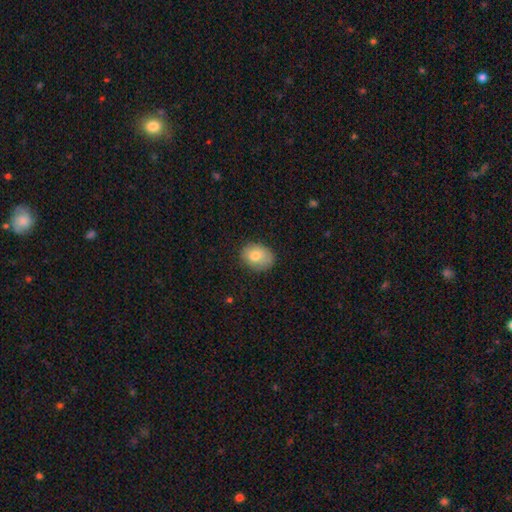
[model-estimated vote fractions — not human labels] A smooth galaxy with no disk features (78%) that is in between round and cigar-shaped (63%). Merging: none (78%).